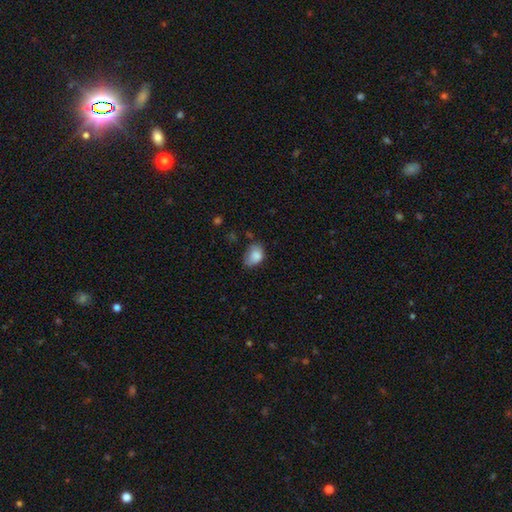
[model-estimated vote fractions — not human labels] This is clearly a smooth galaxy (83%). How rounded: likely in between (78%). Merging: possibly none (48%).